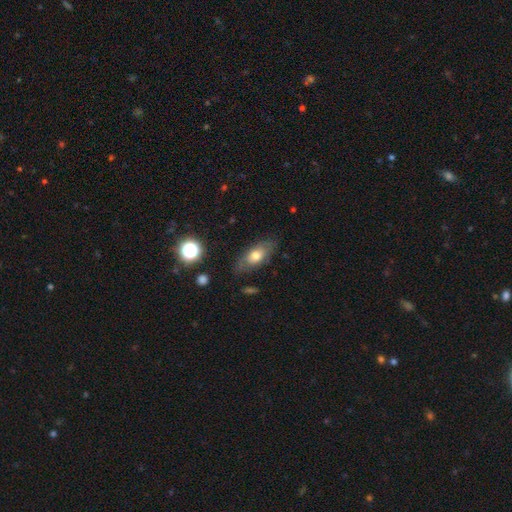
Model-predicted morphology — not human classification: This appears to be a smooth galaxy with no disk features (61%) that is in between round and cigar-shaped (82%). Merging: none (74%).